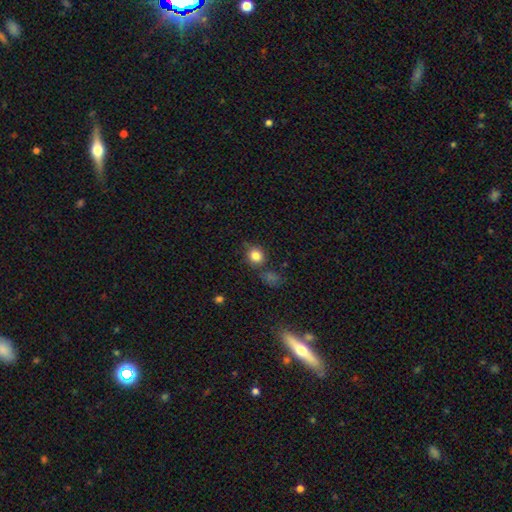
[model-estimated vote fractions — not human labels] A smooth galaxy with no disk features (82%) that is round (79%).

Vote fractions:
- Smooth or featured? smooth: 82% / star or artifact: 11% / featured or disk: 6%
- How rounded? round: 79% / in between: 20% / cigar-shaped: 1%
- Merging? none: 73% / minor disturbance: 15% / merger: 8% / major disturbance: 5%